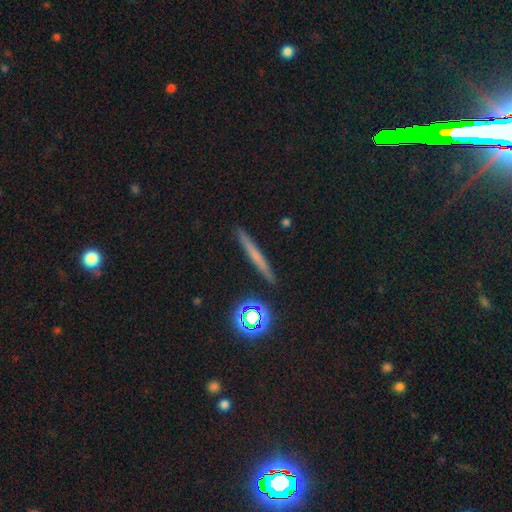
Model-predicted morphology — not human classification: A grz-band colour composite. It shows a smooth galaxy with no disk features (50%) that is cigar-shaped (92%). Merging: none (91%).